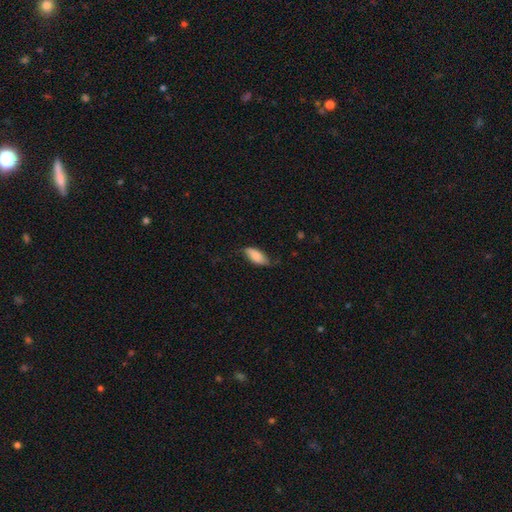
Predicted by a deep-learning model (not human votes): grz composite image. It shows a smooth galaxy with no disk features (71%) that is in between round and cigar-shaped (82%). Merging: none (58%).